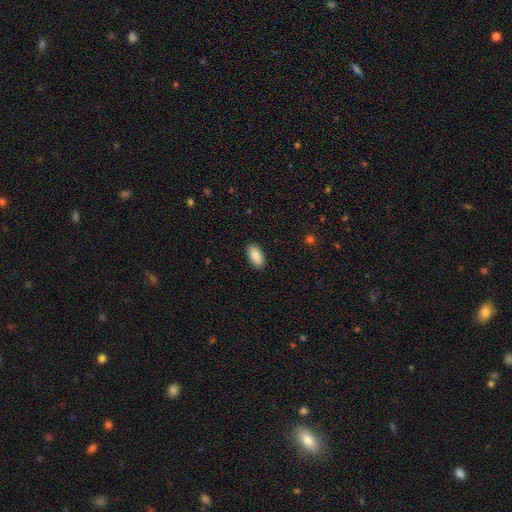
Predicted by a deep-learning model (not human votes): Smooth or featured?
  - smooth: 85% *
  - featured or disk: 8%
  - star or artifact: 6%
How rounded?
  - in between: 93% *
  - cigar-shaped: 4%
  - round: 3%
Merging?
  - none: 89% *
  - minor disturbance: 8%
  - major disturbance: 2%
  - merger: 1%